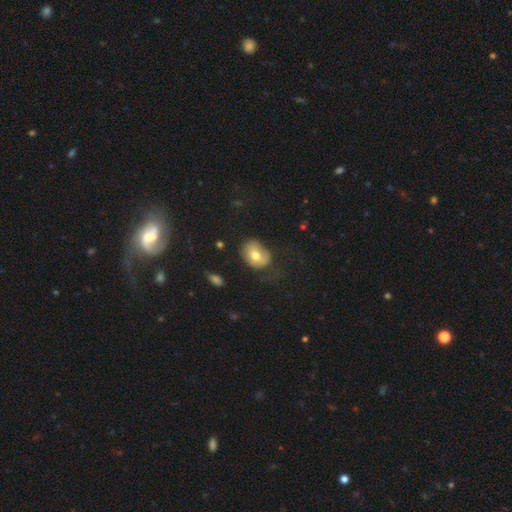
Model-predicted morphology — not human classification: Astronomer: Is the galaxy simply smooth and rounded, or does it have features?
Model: smooth — 72%.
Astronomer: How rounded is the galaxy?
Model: in between — 63%.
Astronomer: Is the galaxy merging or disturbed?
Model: none — 51% (runner-up: minor disturbance, 30%).